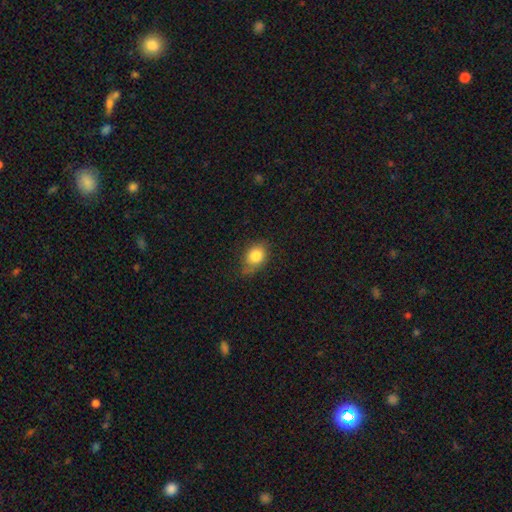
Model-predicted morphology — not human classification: Q: Smooth or featured?
A: smooth (82%); runner-up: featured or disk (9%)
Q: How rounded?
A: in between (65%); runner-up: round (33%)
Q: Merging?
A: none (64%); runner-up: minor disturbance (28%)